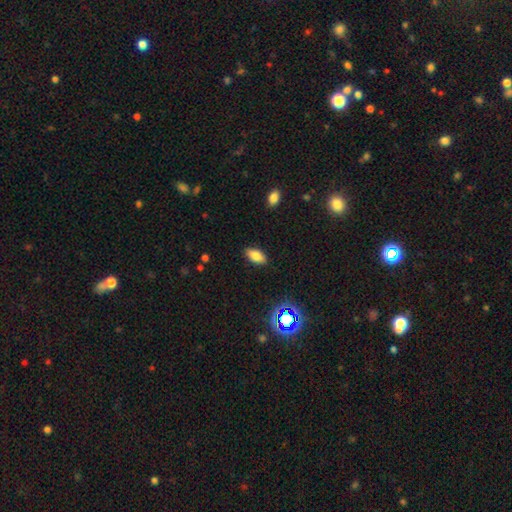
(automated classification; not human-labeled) Q: Smooth or featured?
A: smooth (80%); runner-up: star or artifact (10%)
Q: How rounded?
A: in between (89%); runner-up: cigar-shaped (8%)
Q: Merging?
A: none (87%); runner-up: minor disturbance (9%)